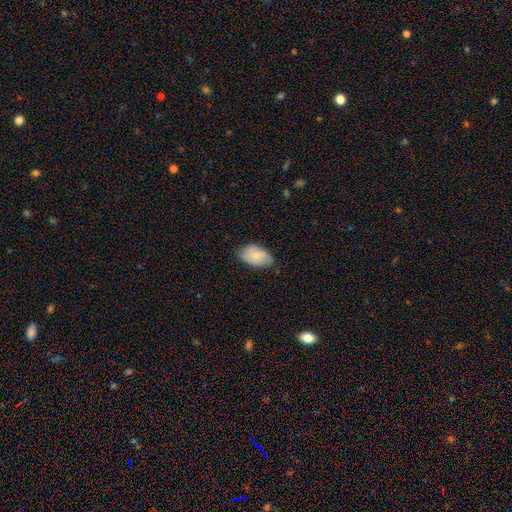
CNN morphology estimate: smooth_or_featured: smooth (p=0.70) [alt: featured or disk p=0.24]
how_rounded: in between (p=0.93) [alt: round p=0.06]
merging: none (p=0.66) [alt: minor disturbance p=0.29]